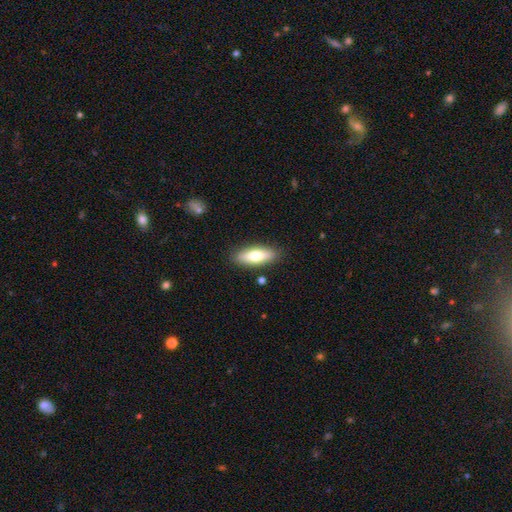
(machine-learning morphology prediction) Smooth or featured? smooth (71%)
How rounded? in between (61%)
Merging? none (87%)